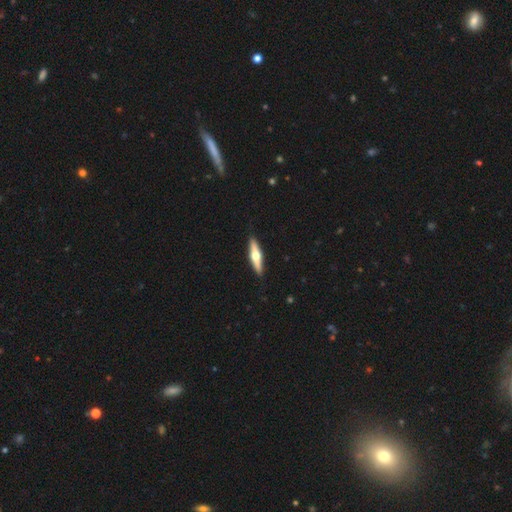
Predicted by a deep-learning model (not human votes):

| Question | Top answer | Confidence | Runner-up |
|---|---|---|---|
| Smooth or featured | featured or disk | 62% | smooth (33%) |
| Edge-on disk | yes | 96% | no (4%) |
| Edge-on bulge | rounded | 95% | boxy (3%) |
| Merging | none | 91% | minor disturbance (6%) |